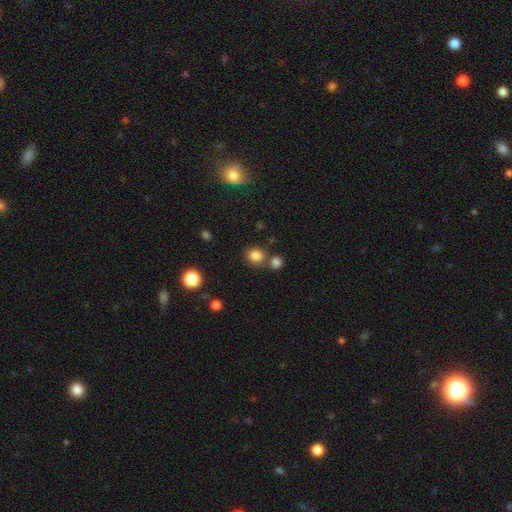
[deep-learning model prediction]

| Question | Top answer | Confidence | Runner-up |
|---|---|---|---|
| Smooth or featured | smooth | 82% | star or artifact (13%) |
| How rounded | round | 76% | in between (23%) |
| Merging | none | 66% | merger (20%) |